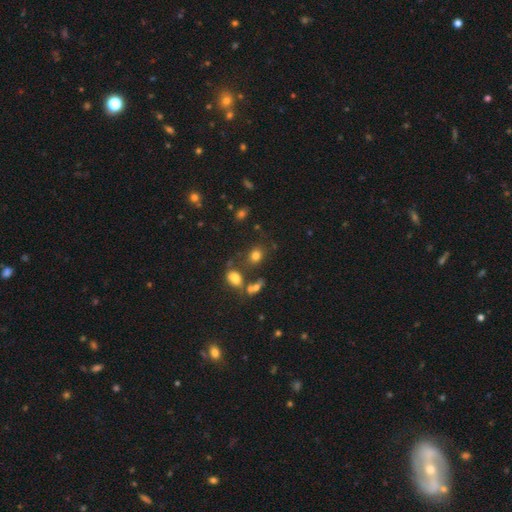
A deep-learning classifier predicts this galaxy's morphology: Smooth or featured?
  - smooth: 78% *
  - star or artifact: 13%
  - featured or disk: 8%
How rounded?
  - in between: 49% * (tied)
  - round: 49% * (tied)
  - cigar-shaped: 2%
Merging?
  - none: 67% *
  - minor disturbance: 14%
  - merger: 13%
  - major disturbance: 6%